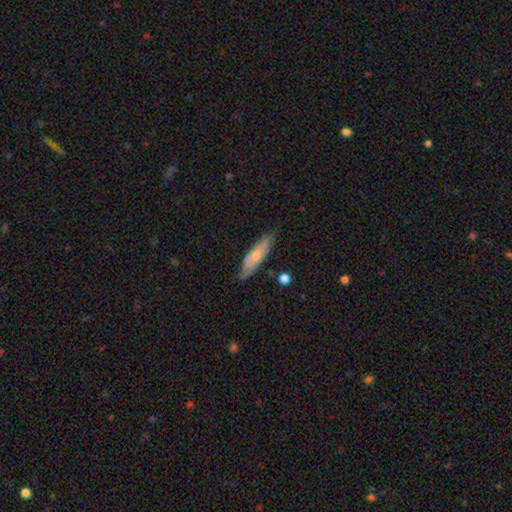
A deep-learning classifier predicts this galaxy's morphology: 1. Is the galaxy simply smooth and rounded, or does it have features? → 59% smooth, 36% featured or disk, 6% star or artifact.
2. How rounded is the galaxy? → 62% cigar-shaped, 36% in between, 2% round.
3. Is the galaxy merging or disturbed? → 77% none, 18% minor disturbance, 3% major disturbance, 2% merger.